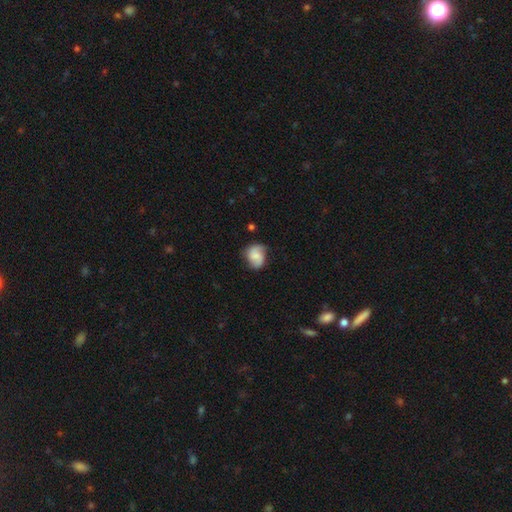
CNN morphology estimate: This is possibly a smooth galaxy (49%). Merging: possibly none (59%).